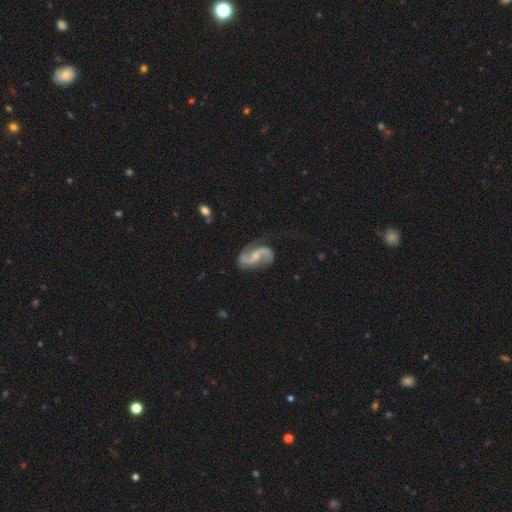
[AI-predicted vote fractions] featured or disk 91%, smooth 5%, star or artifact 4%. Down the decision tree: edge-on disk — no (98%); bar — no (44%); spiral arms — yes (98%); spiral arm count — 2 (94%); spiral winding — loose (53%); bulge size — small (55%); merging — none (75%).